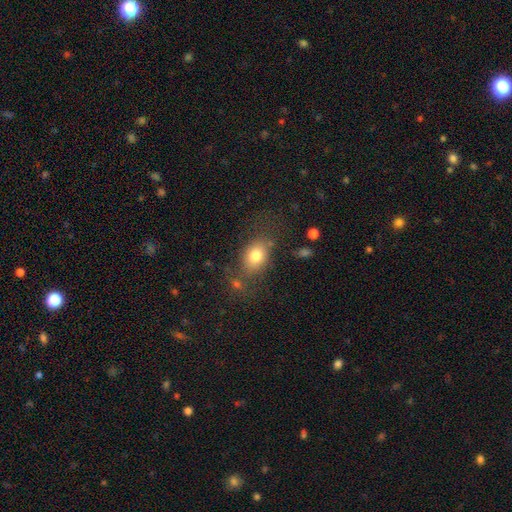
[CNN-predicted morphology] smooth_or_featured: smooth (p=0.78) [alt: featured or disk p=0.12]
how_rounded: in between (p=0.70) [alt: round p=0.29]
merging: none (p=0.67) [alt: minor disturbance p=0.19]